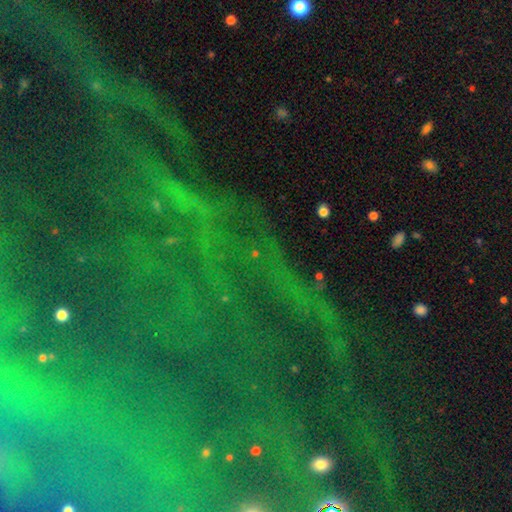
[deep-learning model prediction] A star or artifact, not a galaxy (84%).

Vote fractions:
- Smooth or featured? star or artifact: 84% / featured or disk: 9% / smooth: 7%